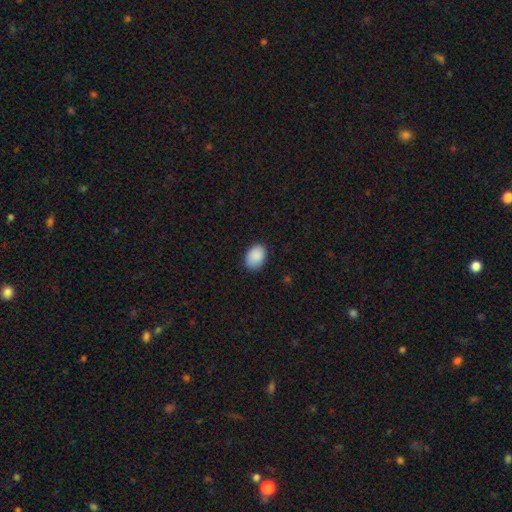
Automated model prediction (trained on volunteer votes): A smooth galaxy with no disk features (90%) that is in between round and cigar-shaped (79%). Merging: none (84%).